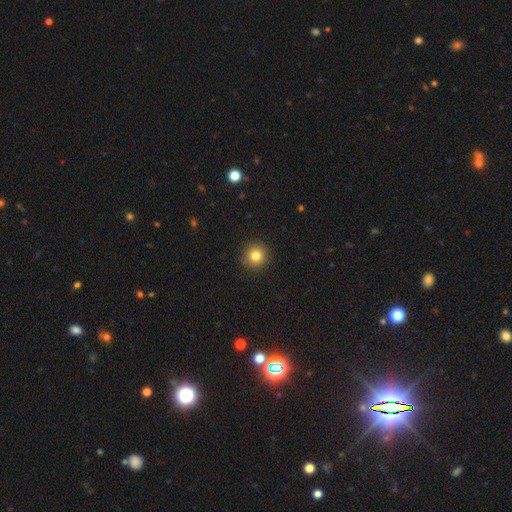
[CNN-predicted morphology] smooth-or-featured: smooth: 82% | star or artifact: 12% | featured or disk: 7%
  how-rounded: round: 94% | in between: 5% | cigar-shaped: 1%
  merging: none: 91% | minor disturbance: 6% | major disturbance: 2% | merger: 1%